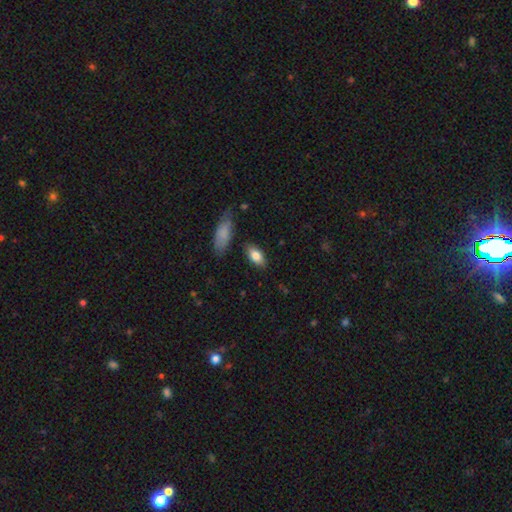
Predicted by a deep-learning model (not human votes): smooth_or_featured: smooth (p=0.83) [alt: featured or disk p=0.10]
how_rounded: in between (p=0.90) [alt: cigar-shaped p=0.06]
merging: none (p=0.83) [alt: minor disturbance p=0.12]